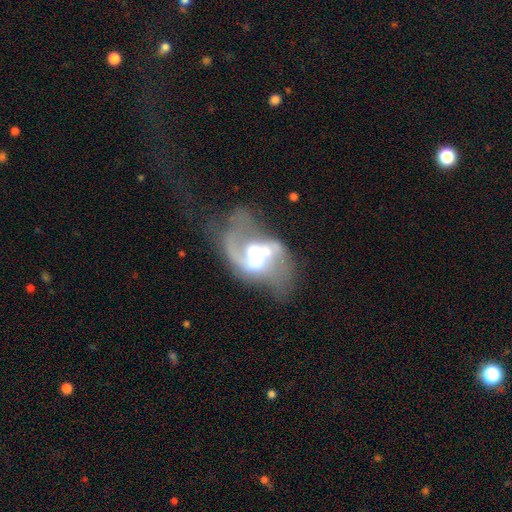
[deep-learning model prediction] Q: Smooth or featured?
A: featured or disk (81%); runner-up: smooth (12%)
Q: Edge-on disk?
A: no (97%); runner-up: yes (3%)
Q: Bar?
A: weak (43%); runner-up: no (36%)
Q: Spiral arms?
A: yes (89%); runner-up: no (11%)
Q: Spiral winding?
A: loose (54%); runner-up: medium (38%)
Q: Spiral arm count?
A: 2 (80%); runner-up: 1 (10%)
Q: Bulge size?
A: moderate (56%); runner-up: large (27%)
Q: Merging?
A: none (33%); runner-up: major disturbance (30%)